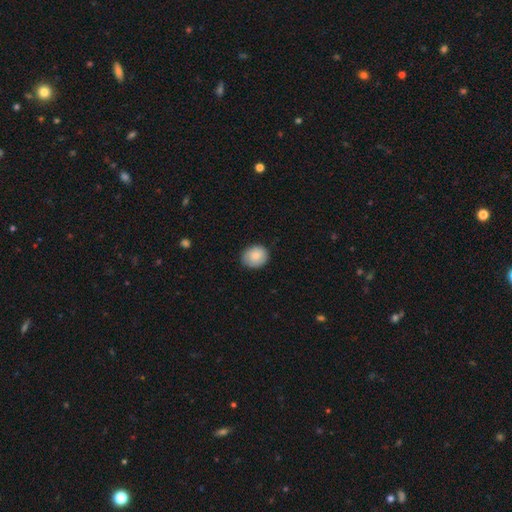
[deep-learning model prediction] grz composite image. It shows a smooth galaxy with no disk features (83%) that is round (60%). Merging: none (81%).